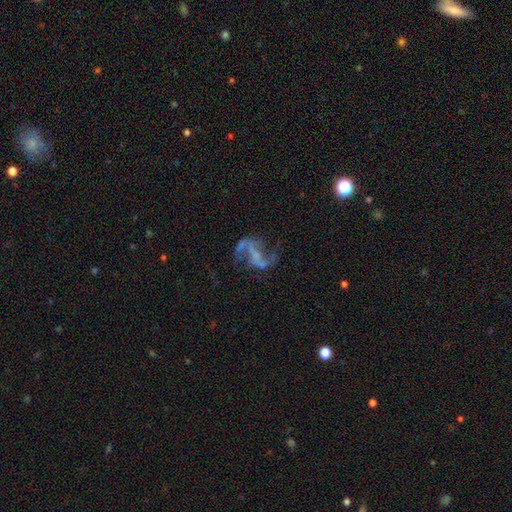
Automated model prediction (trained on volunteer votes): This appears to be a featured or disk galaxy (80%) with a strong bar (42%), 2 (88%) loose (76%) spiral arms (83%) and no central bulge (64%). Merging: none (54%).